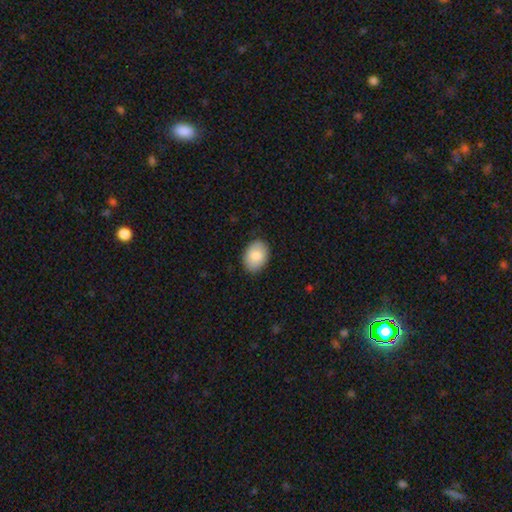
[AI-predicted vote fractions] The model was most divided on "how rounded": in between: 78%, round: 21%, cigar-shaped: 1%. More confident: merging — none (86%); smooth or featured — smooth (84%).